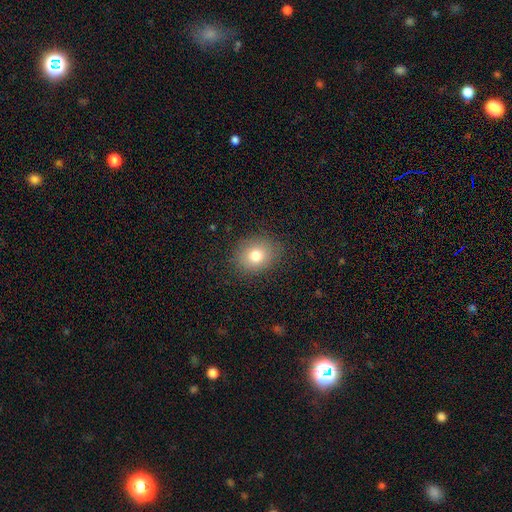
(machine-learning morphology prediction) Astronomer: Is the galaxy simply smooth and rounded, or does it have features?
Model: smooth — 78%.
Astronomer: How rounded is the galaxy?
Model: round — 58% (runner-up: in between, 41%).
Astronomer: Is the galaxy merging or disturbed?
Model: none — 86%.